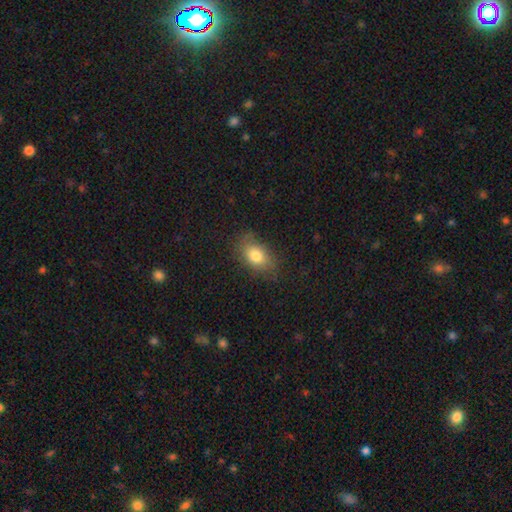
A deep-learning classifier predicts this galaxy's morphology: The model was most divided on "merging": none: 73%, minor disturbance: 19%, major disturbance: 6%, merger: 1%. More confident: how rounded — in between (81%); smooth or featured — smooth (78%).